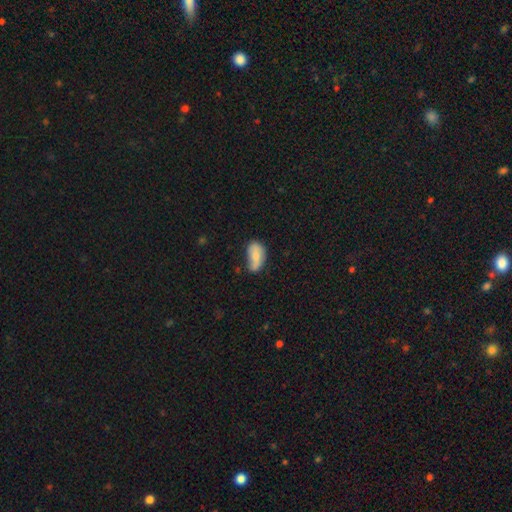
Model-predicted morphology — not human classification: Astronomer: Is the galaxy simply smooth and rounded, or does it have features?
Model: smooth — 66%.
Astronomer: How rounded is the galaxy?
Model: in between — 91%.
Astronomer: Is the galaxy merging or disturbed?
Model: none — 44% (runner-up: minor disturbance, 39%).